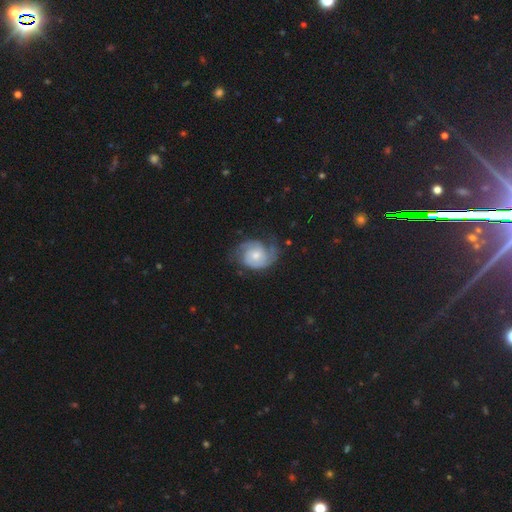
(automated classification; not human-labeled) Smooth or featured? Predicted: featured or disk (p=0.78). Edge-on disk? Predicted: no (p=0.98). Bar? Predicted: no (p=0.68). Spiral arms? Predicted: yes (p=0.94). Spiral winding? Predicted: tight (p=0.42, tied with medium). Spiral arm count? Predicted: 2 (p=0.74). Bulge size? Predicted: moderate (p=0.49). Merging? Predicted: none (p=0.62).